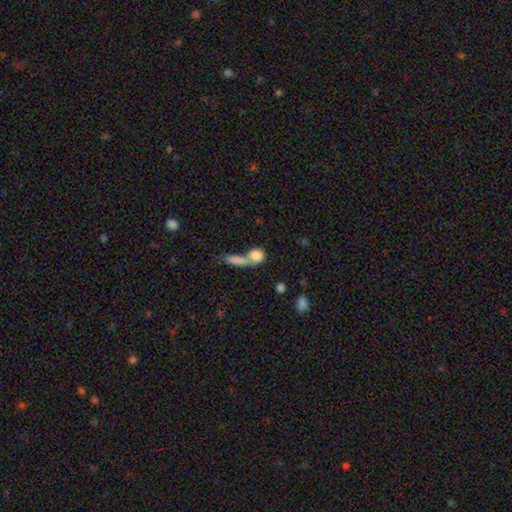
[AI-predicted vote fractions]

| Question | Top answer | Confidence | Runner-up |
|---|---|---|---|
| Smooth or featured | smooth | 81% | featured or disk (11%) |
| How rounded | round | 62% | in between (27%) |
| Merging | merger | 52% | none (34%) |